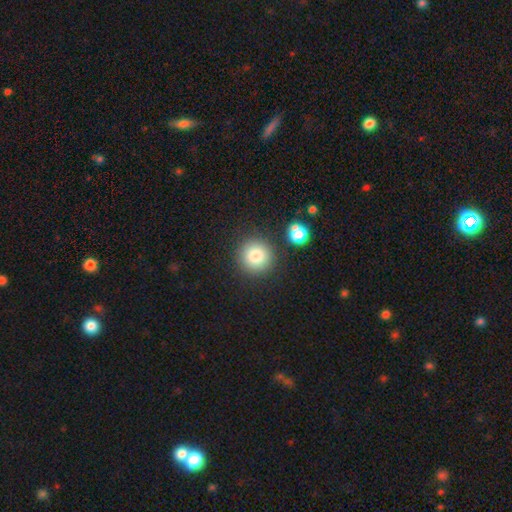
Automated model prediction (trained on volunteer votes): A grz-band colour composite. It shows a smooth galaxy with no disk features (82%) that is round (94%). Merging: none (84%).